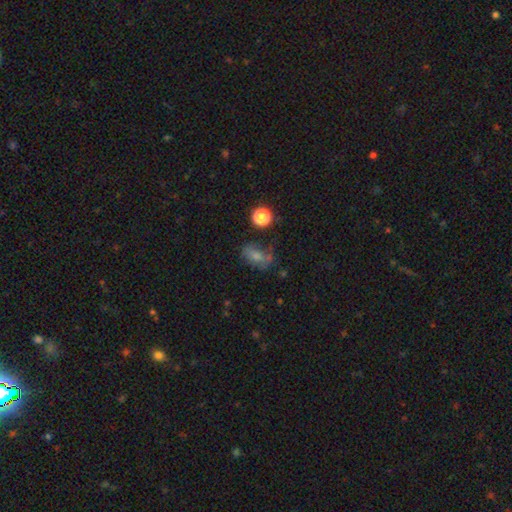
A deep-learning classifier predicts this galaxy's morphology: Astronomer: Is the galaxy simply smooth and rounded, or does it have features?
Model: smooth — 66%.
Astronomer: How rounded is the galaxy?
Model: in between — 80%.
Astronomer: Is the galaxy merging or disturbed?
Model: none — 45% (runner-up: minor disturbance, 27%).